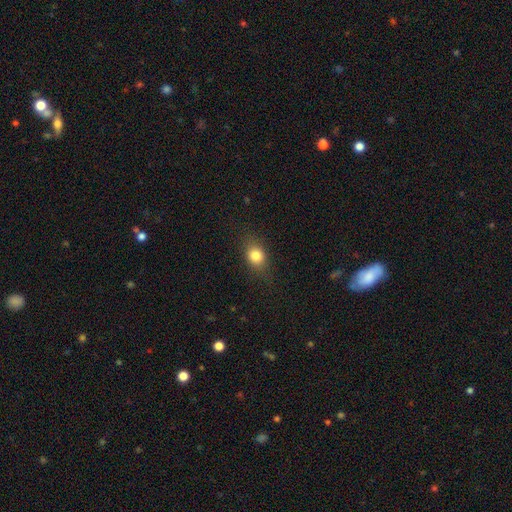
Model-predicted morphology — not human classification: Overall: smooth (80%). How rounded: in between (52%; round 45%). Merging: none (79%).